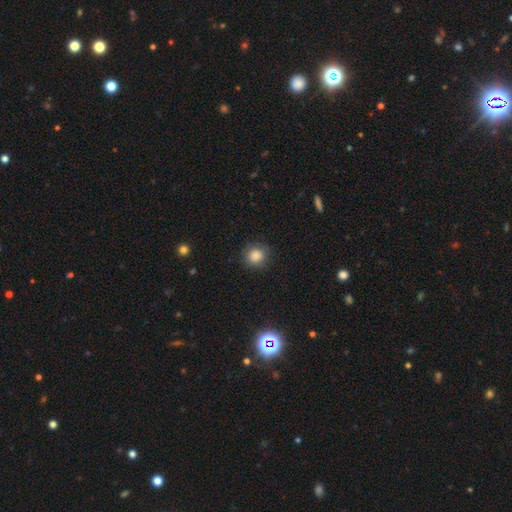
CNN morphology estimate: Overall: smooth (85%). How rounded: round (88%). Merging: none (83%).